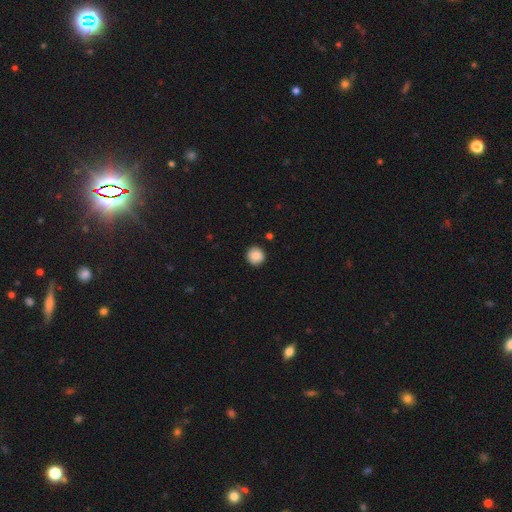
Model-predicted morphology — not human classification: smooth-or-featured: smooth: 86% | star or artifact: 8% | featured or disk: 6%
  how-rounded: round: 93% | in between: 6% | cigar-shaped: 1%
  merging: none: 90% | minor disturbance: 7% | major disturbance: 2% | merger: 1%